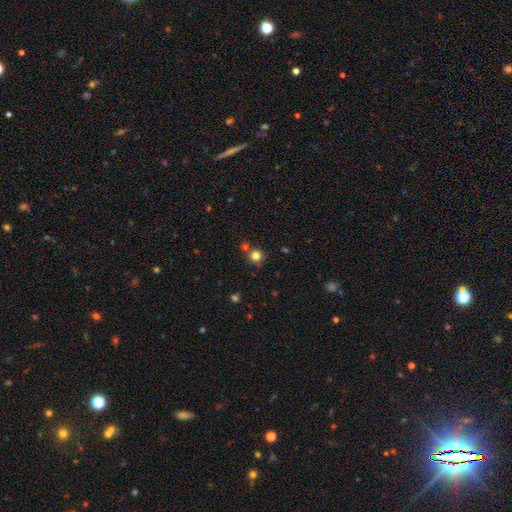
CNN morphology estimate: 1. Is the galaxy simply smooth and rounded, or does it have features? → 80% smooth, 14% star or artifact, 6% featured or disk.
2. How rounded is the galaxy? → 91% round, 8% in between, 1% cigar-shaped.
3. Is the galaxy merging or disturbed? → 73% none, 15% merger, 9% minor disturbance, 3% major disturbance.